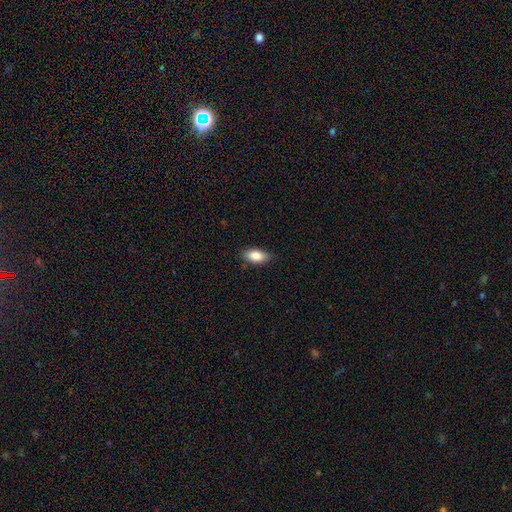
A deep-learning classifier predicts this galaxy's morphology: Smooth or featured? Predicted: smooth (p=0.85). How rounded? Predicted: in between (p=0.89). Merging? Predicted: none (p=0.82).